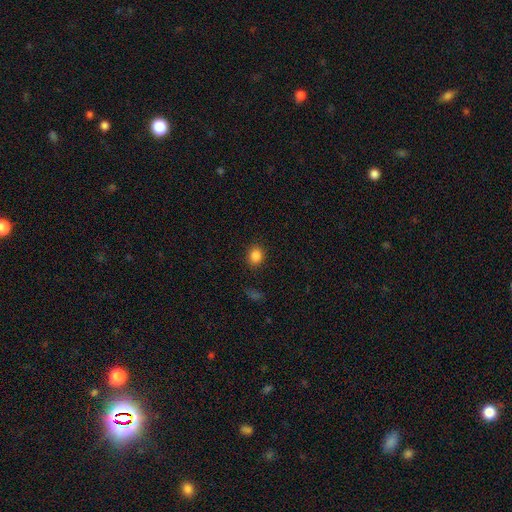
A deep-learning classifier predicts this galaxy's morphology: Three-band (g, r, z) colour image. It shows a smooth galaxy with no disk features (85%) that is round (59%). Merging: none (88%).